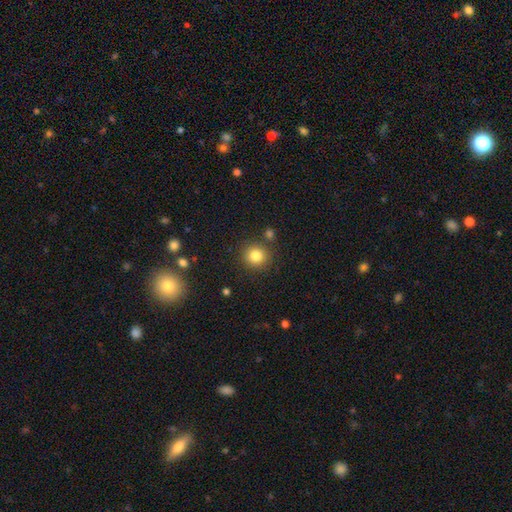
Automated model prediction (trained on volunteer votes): smooth-or-featured: smooth: 84% | star or artifact: 11% | featured or disk: 6%
  how-rounded: round: 92% | in between: 8% | cigar-shaped: 1%
  merging: none: 85% | minor disturbance: 8% | merger: 5% | major disturbance: 3%